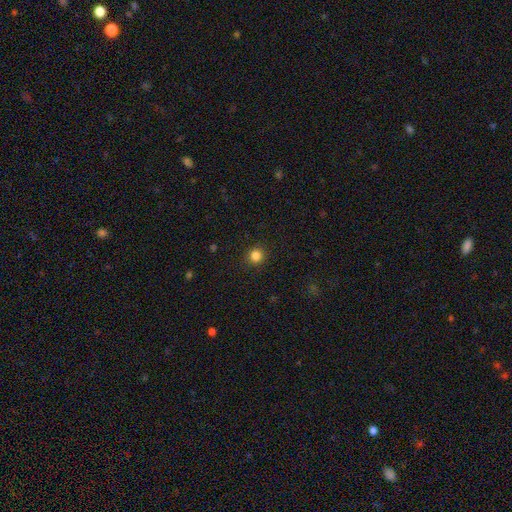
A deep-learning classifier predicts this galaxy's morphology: Smooth or featured? Predicted: smooth (p=0.84). How rounded? Predicted: round (p=0.91). Merging? Predicted: none (p=0.91).